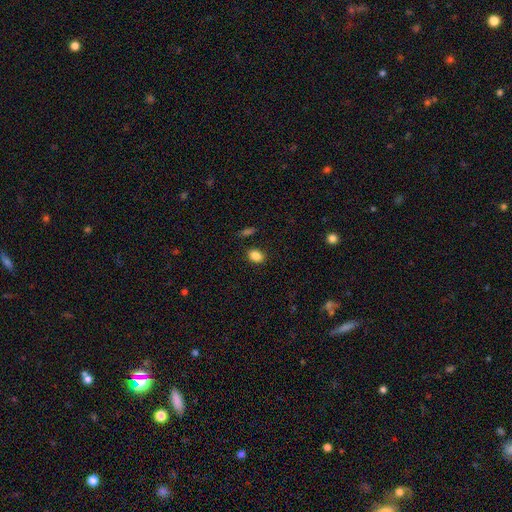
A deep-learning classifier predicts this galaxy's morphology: This appears to be a smooth galaxy with no disk features (87%) that is in between round and cigar-shaped (74%). Merging: none (85%).